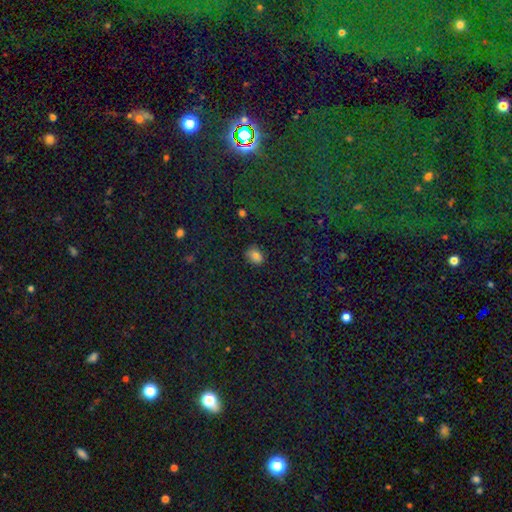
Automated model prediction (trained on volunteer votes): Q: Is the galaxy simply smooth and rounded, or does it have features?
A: smooth — 77%.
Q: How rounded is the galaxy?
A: in between — 55%.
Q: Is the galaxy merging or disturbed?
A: none — 82%.